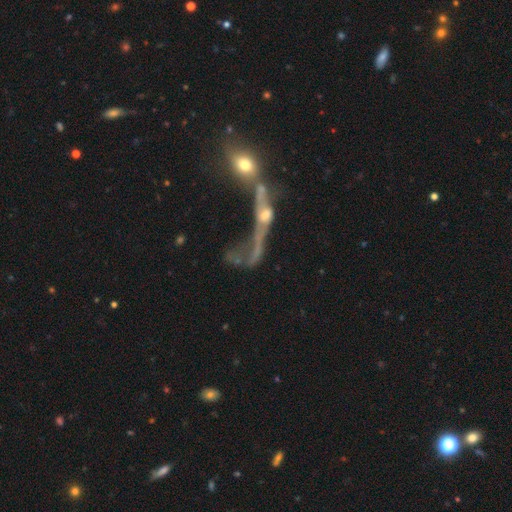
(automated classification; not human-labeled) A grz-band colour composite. It shows a featured or disk galaxy (61%). Merging: merger (58%).